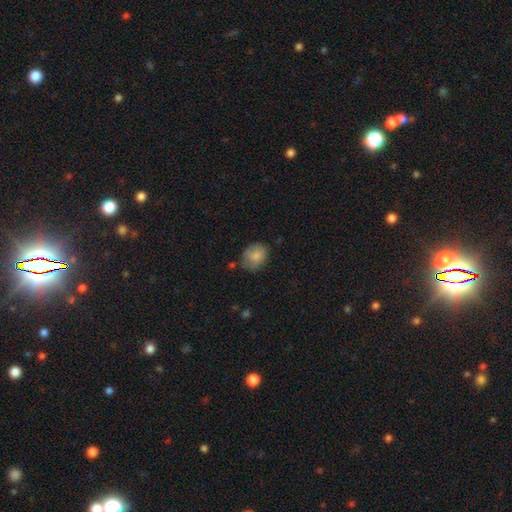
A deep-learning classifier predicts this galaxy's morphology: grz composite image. It shows a smooth galaxy with no disk features (83%) that is round (54%). Merging: none (65%).